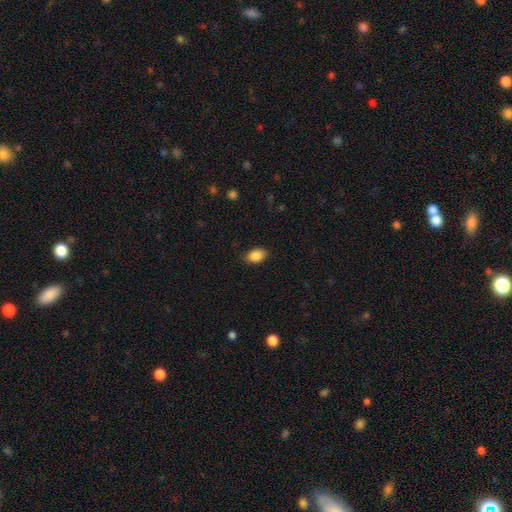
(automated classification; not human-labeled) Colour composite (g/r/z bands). It shows a smooth galaxy with no disk features (88%) that is in between round and cigar-shaped (82%). Merging: none (81%).